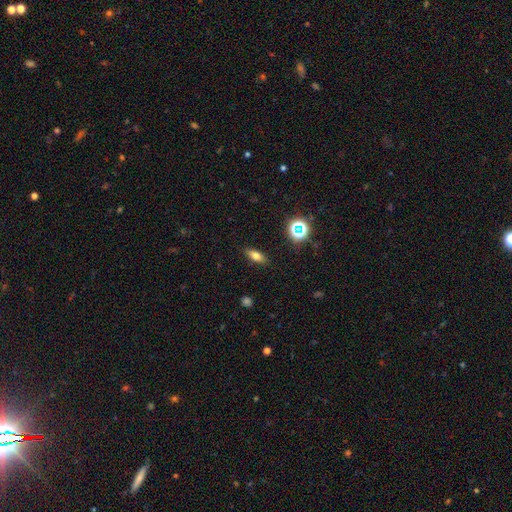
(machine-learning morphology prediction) The model was most divided on "how rounded": in between: 69%, cigar-shaped: 24%, round: 7%. More confident: merging — none (88%); smooth or featured — smooth (69%).